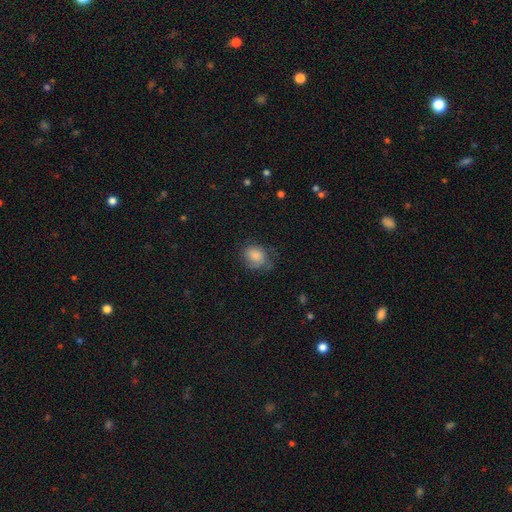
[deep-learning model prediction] Smooth or featured: smooth — 64% (featured or disk — 27%)
How rounded: round — 52% (in between — 47%)
Merging: none — 53% (minor disturbance — 29%)